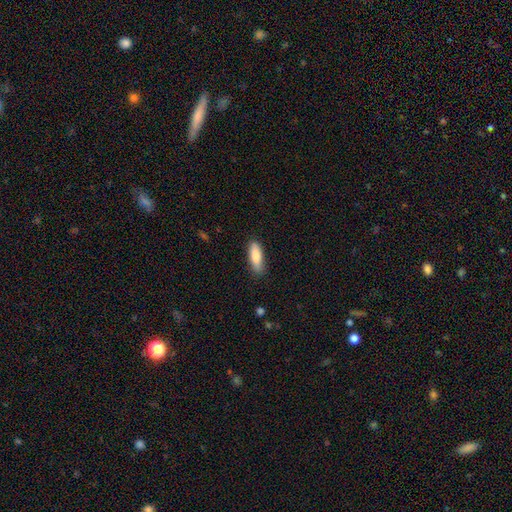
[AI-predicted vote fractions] Smooth or featured?
  - smooth: 84% *
  - featured or disk: 10%
  - star or artifact: 6%
How rounded?
  - in between: 54% *
  - cigar-shaped: 44%
  - round: 2%
Merging?
  - none: 82% *
  - minor disturbance: 14%
  - major disturbance: 3%
  - merger: 1%